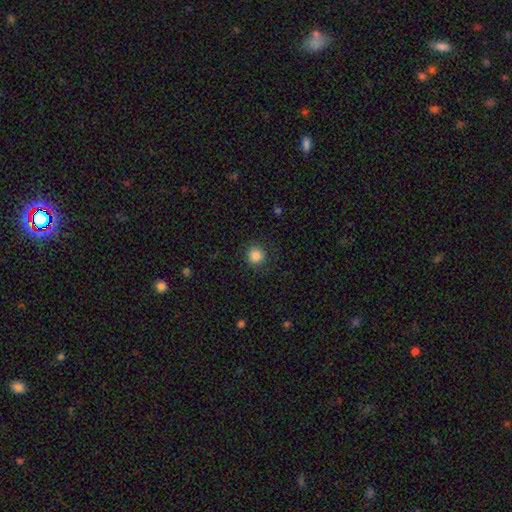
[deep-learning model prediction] The model was most divided on "smooth or featured": smooth: 85%, star or artifact: 10%, featured or disk: 5%. More confident: how rounded — round (92%); merging — none (89%).